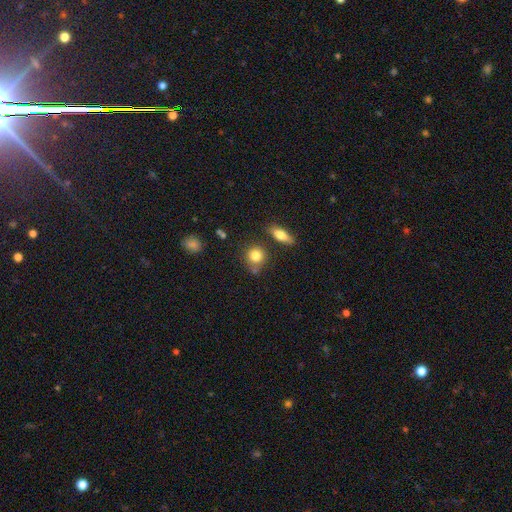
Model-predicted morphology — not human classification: This appears to be a smooth galaxy with no disk features (82%) that is round (79%). Merging: none (68%).